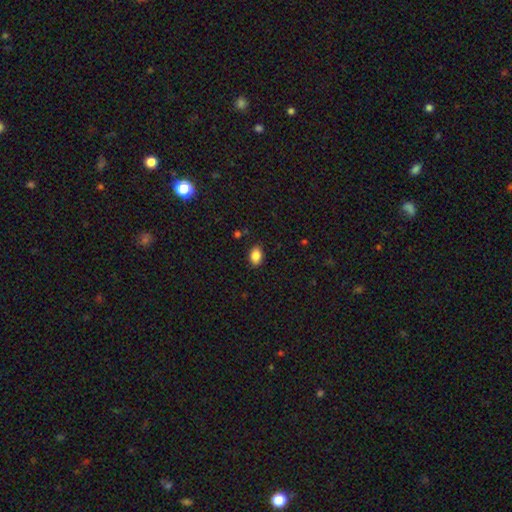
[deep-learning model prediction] A smooth galaxy with no disk features (87%) that is in between round and cigar-shaped (85%). Merging: none (87%).